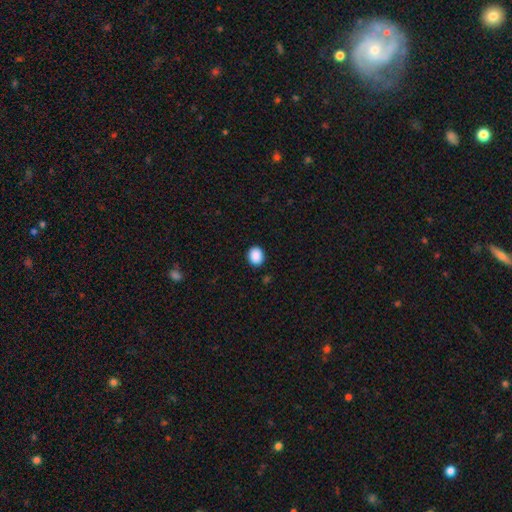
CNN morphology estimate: Q: Smooth or featured?
A: smooth (90%); runner-up: star or artifact (8%)
Q: How rounded?
A: round (58%); runner-up: in between (41%)
Q: Merging?
A: none (90%); runner-up: minor disturbance (7%)